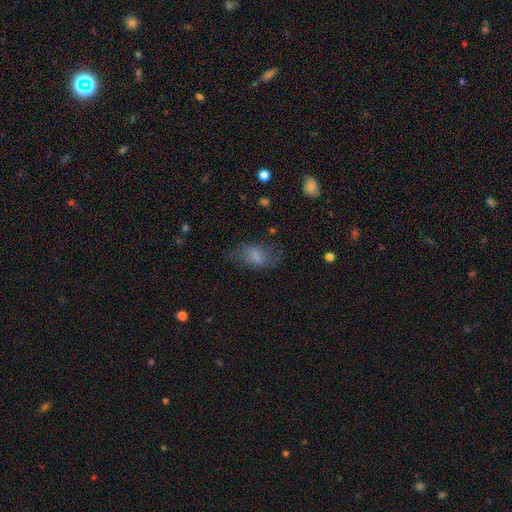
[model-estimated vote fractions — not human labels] smooth-or-featured: smooth: 52% | featured or disk: 37% | star or artifact: 11%
  how-rounded: in between: 86% | round: 10% | cigar-shaped: 4%
  merging: none: 56% | minor disturbance: 23% | major disturbance: 19% | merger: 2%